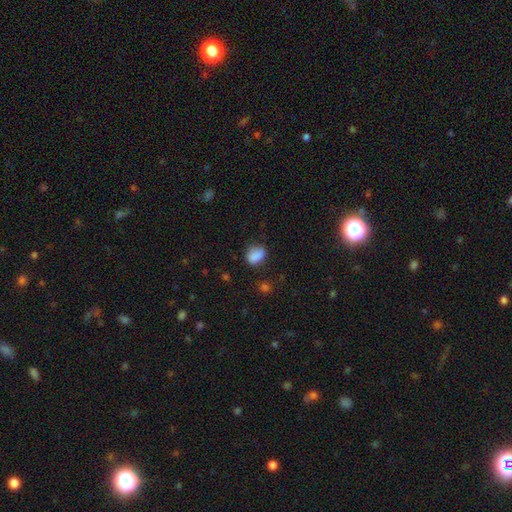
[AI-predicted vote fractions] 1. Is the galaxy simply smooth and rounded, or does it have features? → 85% smooth, 9% star or artifact, 5% featured or disk.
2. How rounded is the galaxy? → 64% in between, 35% round, 1% cigar-shaped.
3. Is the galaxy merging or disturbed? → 65% none, 25% minor disturbance, 7% major disturbance, 2% merger.